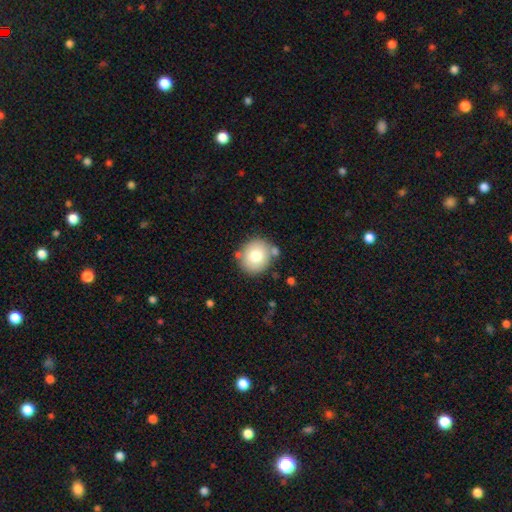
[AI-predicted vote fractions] Smooth or featured?
  - smooth: 75% *
  - featured or disk: 16%
  - star or artifact: 9%
How rounded?
  - round: 82% *
  - in between: 17%
  - cigar-shaped: 1%
Merging?
  - none: 76% *
  - minor disturbance: 12%
  - merger: 9%
  - major disturbance: 3%